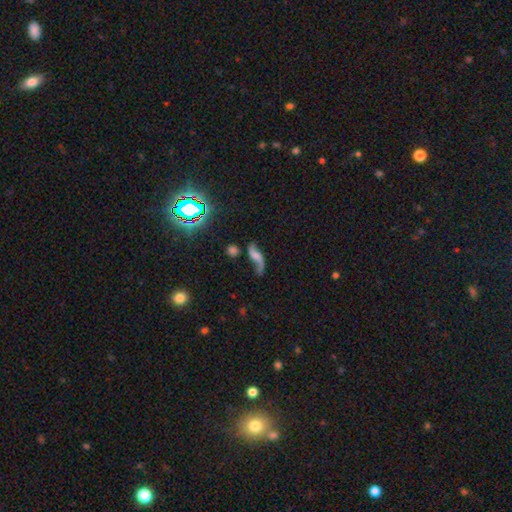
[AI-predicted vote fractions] This is likely a featured or disk galaxy (72%). It is clearly not viewed edge-on (91%). Bar: possibly no (59%). Spiral arm pattern: clearly yes (92%). Spiral arm count: clearly 2 (89%). Spiral winding: clearly loose (91%). Central bulge: marginally none (39%). Merging: possibly none (59%).